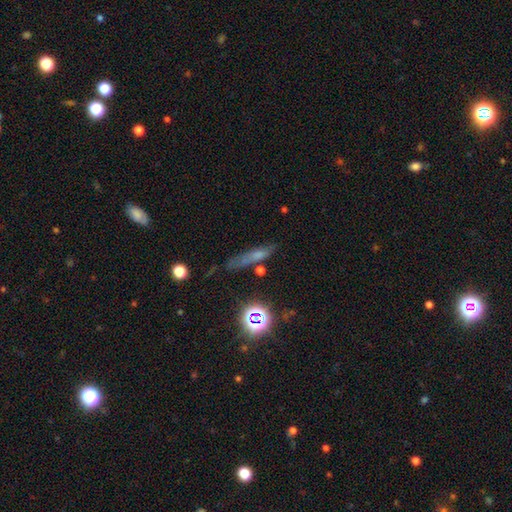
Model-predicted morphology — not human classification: Smooth or featured? smooth (54%)
How rounded? cigar-shaped (75%)
Merging? none (63%)